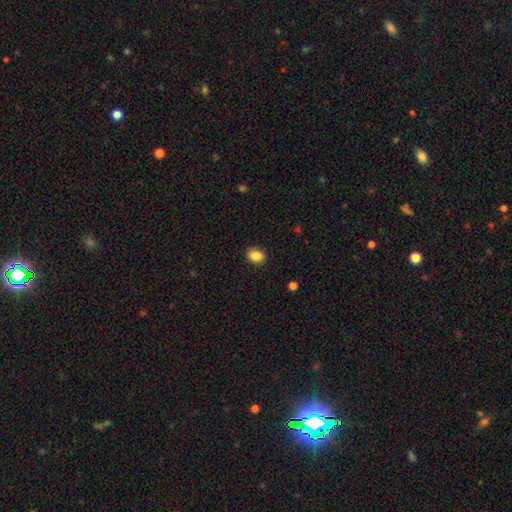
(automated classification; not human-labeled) Smooth or featured? Predicted: smooth (p=0.87). How rounded? Predicted: in between (p=0.58). Merging? Predicted: none (p=0.89).